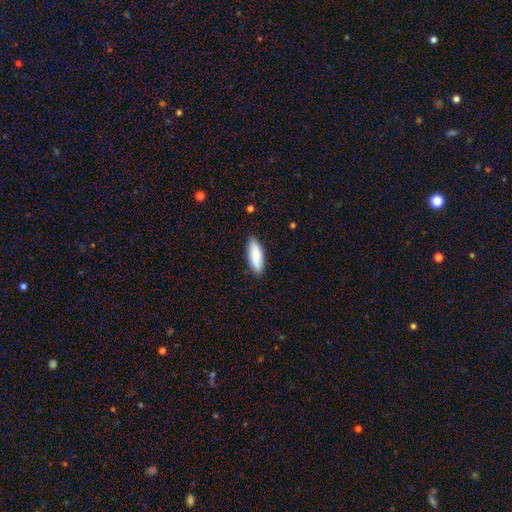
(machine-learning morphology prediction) A smooth galaxy with no disk features (86%) that is in between round and cigar-shaped (66%).

Vote fractions:
- Smooth or featured? smooth: 86% / featured or disk: 8% / star or artifact: 6%
- How rounded? in between: 66% / cigar-shaped: 32% / round: 2%
- Merging? none: 87% / minor disturbance: 10% / major disturbance: 2% / merger: 1%